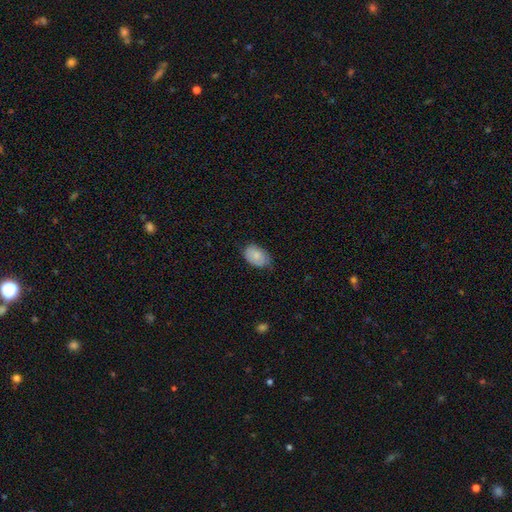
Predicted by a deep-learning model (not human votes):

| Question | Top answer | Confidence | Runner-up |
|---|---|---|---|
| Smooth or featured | smooth | 81% | featured or disk (13%) |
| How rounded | in between | 88% | round (10%) |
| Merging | none | 72% | minor disturbance (23%) |